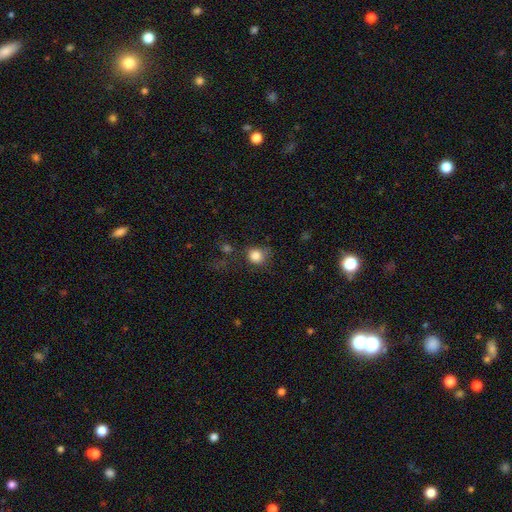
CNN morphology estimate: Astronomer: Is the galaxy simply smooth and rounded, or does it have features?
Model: smooth — 84%.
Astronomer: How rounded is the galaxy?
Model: round — 84%.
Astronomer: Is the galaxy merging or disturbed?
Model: none — 65%.